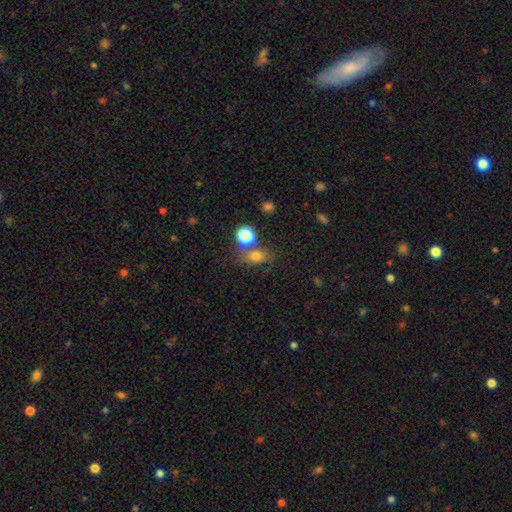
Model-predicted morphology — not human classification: Smooth or featured: smooth — 72% (star or artifact — 18%)
How rounded: in between — 50% (round — 48%)
Merging: none — 59% (merger — 20%)